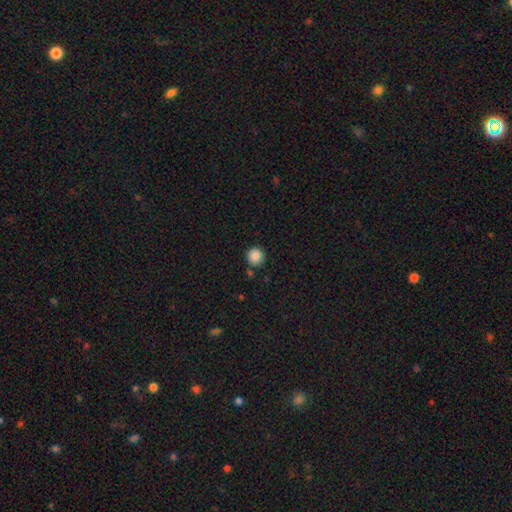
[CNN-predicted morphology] Smooth or featured? Predicted: smooth (p=0.87). How rounded? Predicted: round (p=0.94). Merging? Predicted: none (p=0.85).